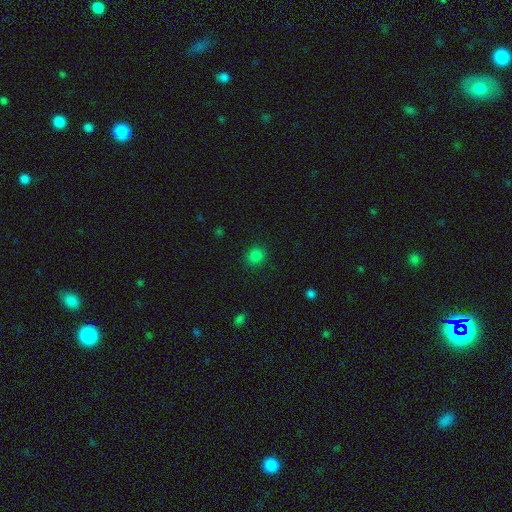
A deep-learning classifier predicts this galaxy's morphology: Smooth or featured? smooth (82%)
How rounded? round (82%)
Merging? none (88%)